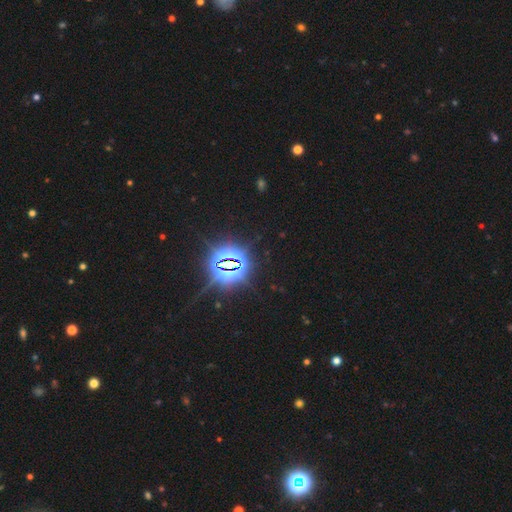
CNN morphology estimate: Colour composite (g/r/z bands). It shows a star or artifact, not a galaxy (85%).